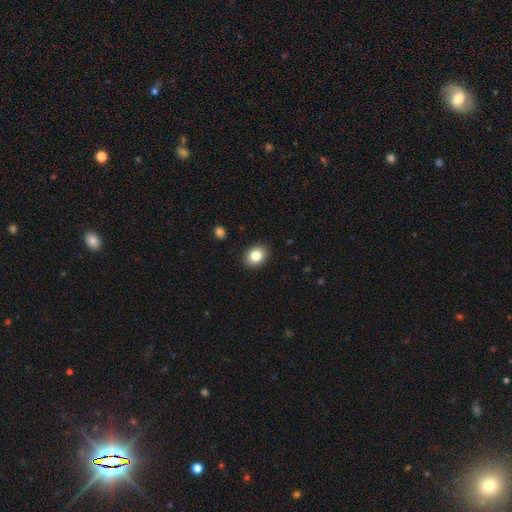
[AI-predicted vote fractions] Q: Smooth or featured?
A: smooth (84%); runner-up: star or artifact (9%)
Q: How rounded?
A: in between (57%); runner-up: round (43%)
Q: Merging?
A: none (90%); runner-up: minor disturbance (7%)